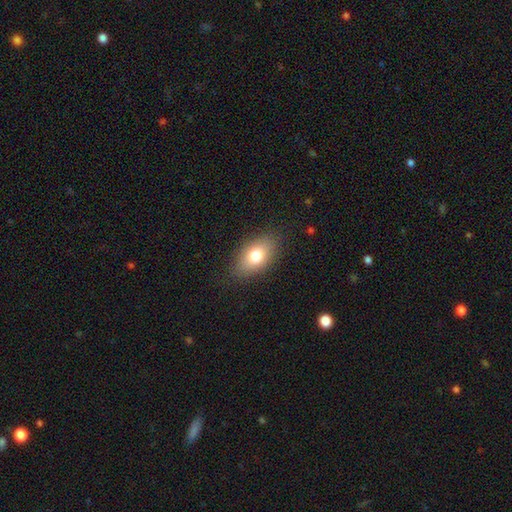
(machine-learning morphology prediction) smooth-or-featured: smooth: 76% | featured or disk: 15% | star or artifact: 9%
  how-rounded: in between: 87% | round: 10% | cigar-shaped: 3%
  merging: none: 84% | minor disturbance: 12% | major disturbance: 3% | merger: 1%